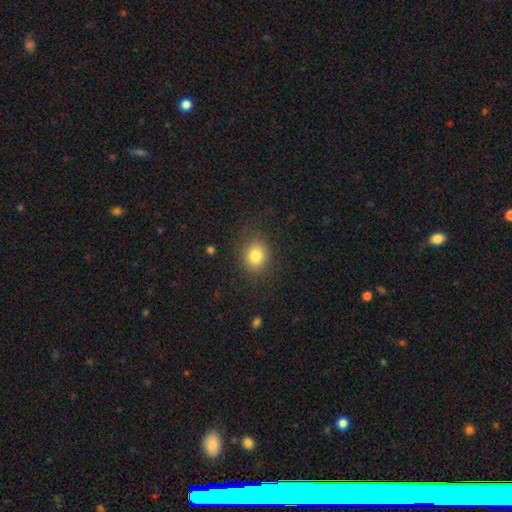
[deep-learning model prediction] smooth_or_featured: smooth (p=0.82) [alt: star or artifact p=0.10]
how_rounded: round (p=0.66) [alt: in between p=0.33]
merging: none (p=0.82) [alt: minor disturbance p=0.11]